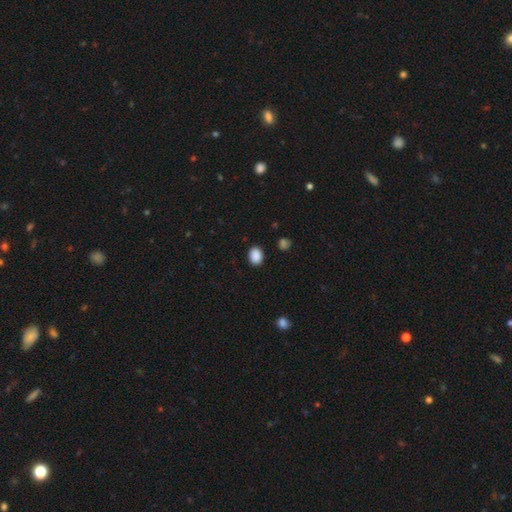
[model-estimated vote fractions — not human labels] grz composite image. It shows a smooth galaxy with no disk features (89%) that is in between round and cigar-shaped (66%). Merging: none (89%).